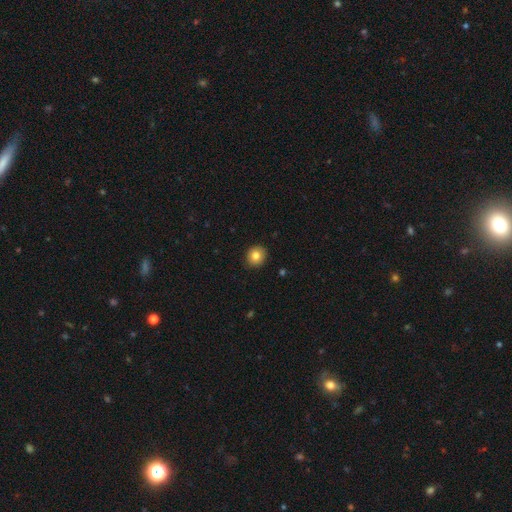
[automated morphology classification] This appears to be a smooth galaxy with no disk features (83%) that is round (88%). Merging: none (91%).